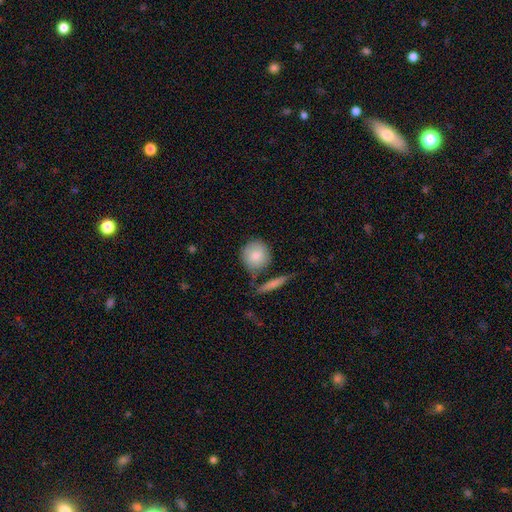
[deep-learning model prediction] This is clearly a smooth galaxy (84%). How rounded: clearly round (87%). Merging: likely none (68%).